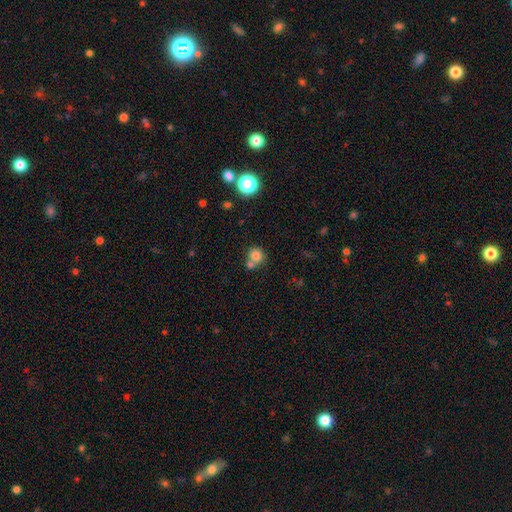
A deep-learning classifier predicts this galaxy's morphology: Smooth or featured?
  - smooth: 80% *
  - star or artifact: 12%
  - featured or disk: 8%
How rounded?
  - round: 86% *
  - in between: 14%
  - cigar-shaped: 1%
Merging?
  - none: 50% *
  - merger: 38%
  - minor disturbance: 9%
  - major disturbance: 4%